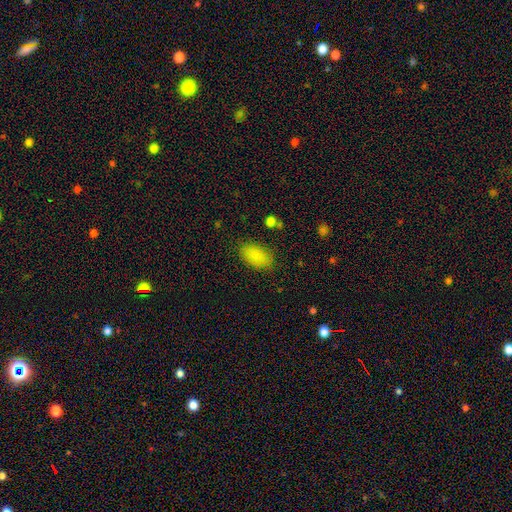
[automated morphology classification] Q: Smooth or featured?
A: smooth (86%); runner-up: star or artifact (8%)
Q: How rounded?
A: in between (93%); runner-up: round (5%)
Q: Merging?
A: none (84%); runner-up: minor disturbance (12%)